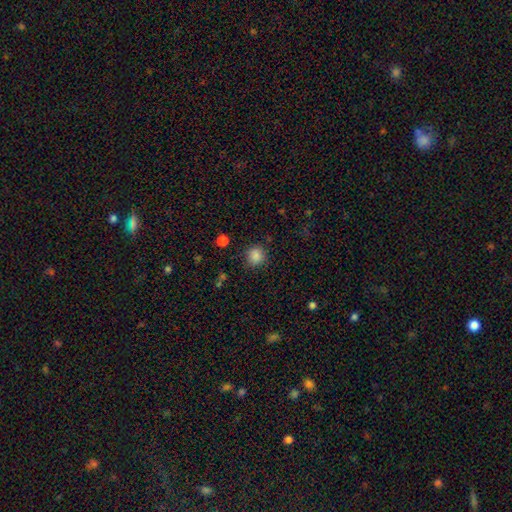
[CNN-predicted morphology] smooth 85%, star or artifact 11%, featured or disk 4%. Down the decision tree: how rounded — round (86%); merging — none (84%).